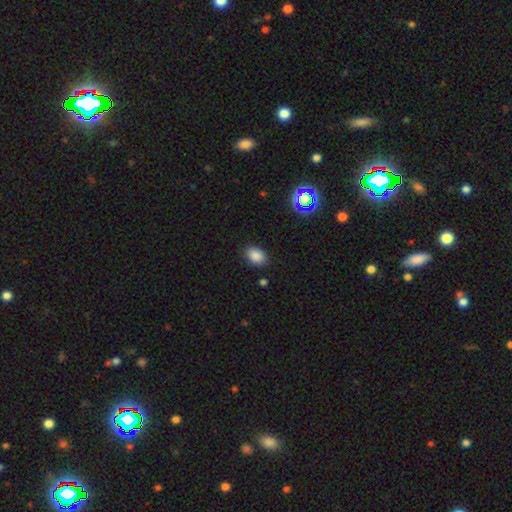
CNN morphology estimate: A smooth galaxy with no disk features (85%) that is in between round and cigar-shaped (78%). Merging: none (86%).